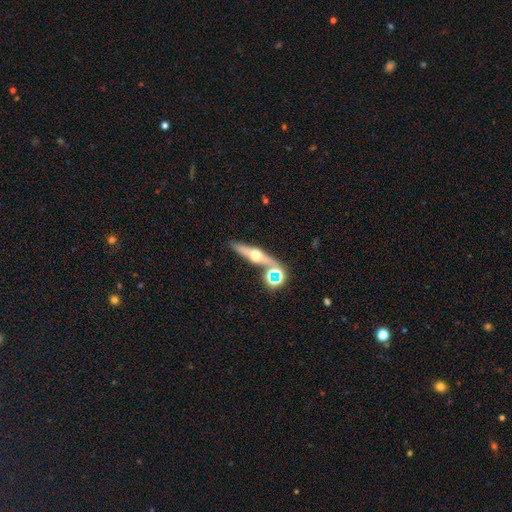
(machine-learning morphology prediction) Q: Smooth or featured?
A: featured or disk (63%); runner-up: smooth (25%)
Q: Edge-on disk?
A: yes (90%); runner-up: no (10%)
Q: Edge-on bulge?
A: rounded (95%); runner-up: boxy (3%)
Q: Merging?
A: none (70%); runner-up: merger (15%)